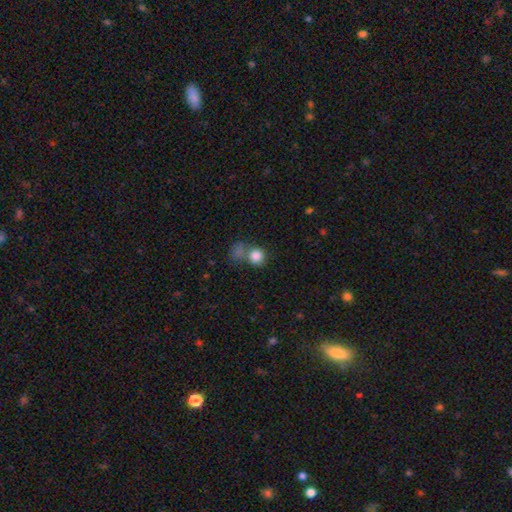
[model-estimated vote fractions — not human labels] This is clearly a smooth galaxy (83%). How rounded: clearly round (82%). Merging: possibly none (46%).